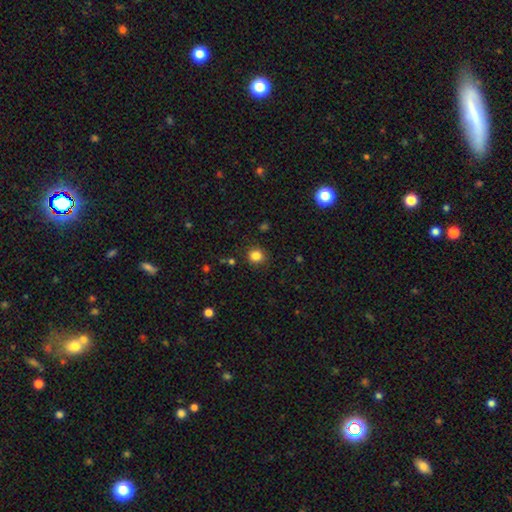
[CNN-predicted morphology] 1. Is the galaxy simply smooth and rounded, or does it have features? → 84% smooth, 12% star or artifact, 4% featured or disk.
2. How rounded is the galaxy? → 87% round, 12% in between, 1% cigar-shaped.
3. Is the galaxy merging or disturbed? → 88% none, 8% minor disturbance, 2% major disturbance, 2% merger.